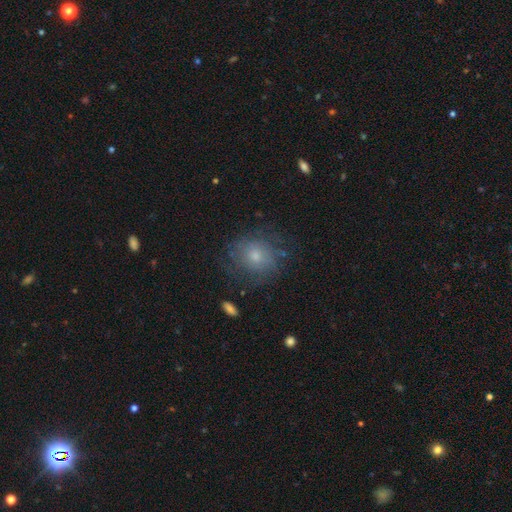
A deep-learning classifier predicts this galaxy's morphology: smooth_or_featured: smooth (p=0.55) [alt: featured or disk p=0.32]
how_rounded: round (p=0.75) [alt: in between p=0.23]
merging: none (p=0.69) [alt: minor disturbance p=0.19]